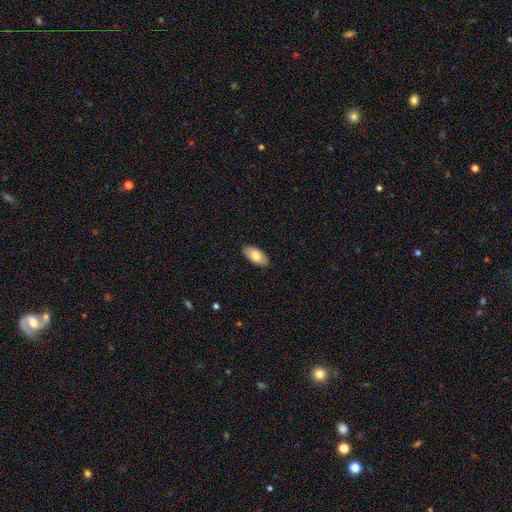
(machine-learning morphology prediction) Q: Smooth or featured?
A: smooth (77%); runner-up: featured or disk (17%)
Q: How rounded?
A: in between (92%); runner-up: cigar-shaped (6%)
Q: Merging?
A: none (89%); runner-up: minor disturbance (9%)